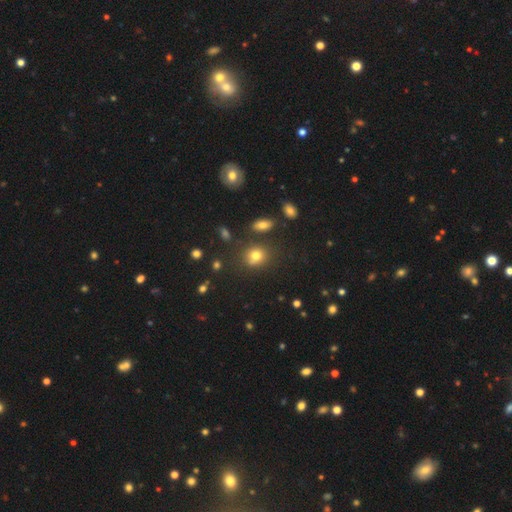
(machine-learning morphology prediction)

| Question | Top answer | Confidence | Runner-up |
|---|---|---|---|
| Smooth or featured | smooth | 77% | star or artifact (14%) |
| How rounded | round | 69% | in between (30%) |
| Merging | none | 74% | minor disturbance (14%) |